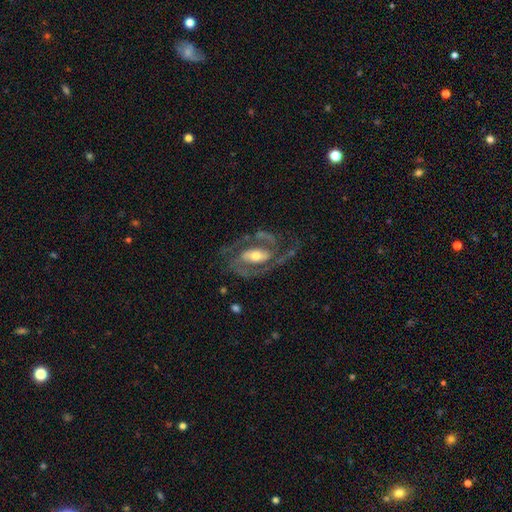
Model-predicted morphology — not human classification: A featured or disk galaxy (88%) with a strong bar (37%), 2 (83%) medium (53%) spiral arms (92%) and a moderate central bulge (59%). Merging: none (65%).